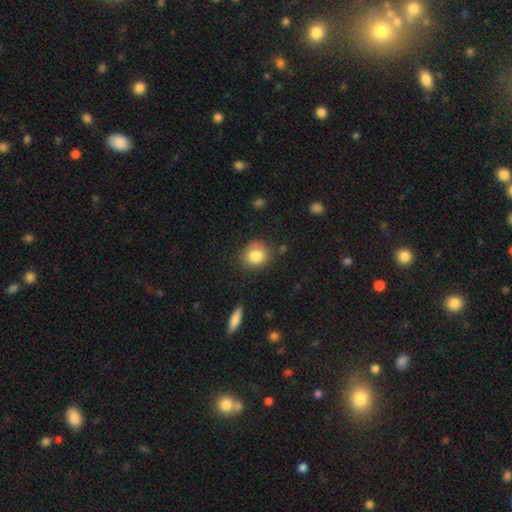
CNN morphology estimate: This is clearly a smooth galaxy (83%). How rounded: likely round (77%). Merging: likely none (77%).